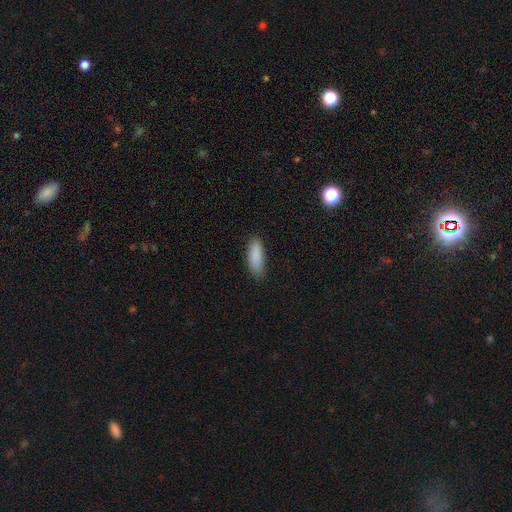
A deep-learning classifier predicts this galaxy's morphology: Smooth or featured? smooth (89%)
How rounded? in between (60%)
Merging? none (84%)